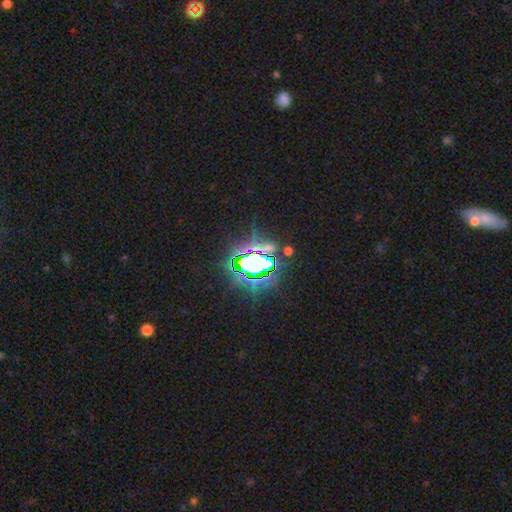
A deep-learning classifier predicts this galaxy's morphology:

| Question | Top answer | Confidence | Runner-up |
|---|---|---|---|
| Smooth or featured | star or artifact | 77% | smooth (12%) |